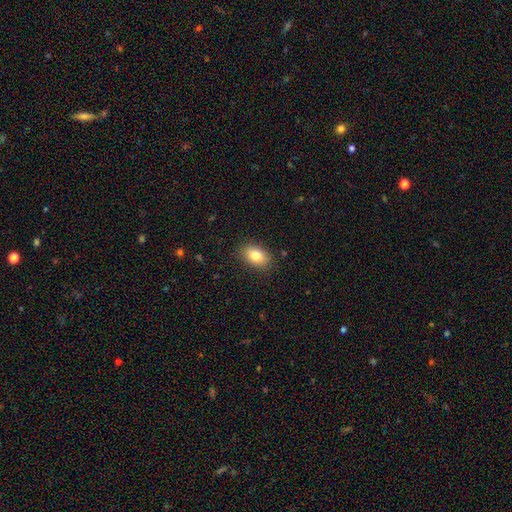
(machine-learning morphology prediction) Overall: smooth (81%). How rounded: in between (86%). Merging: none (87%).